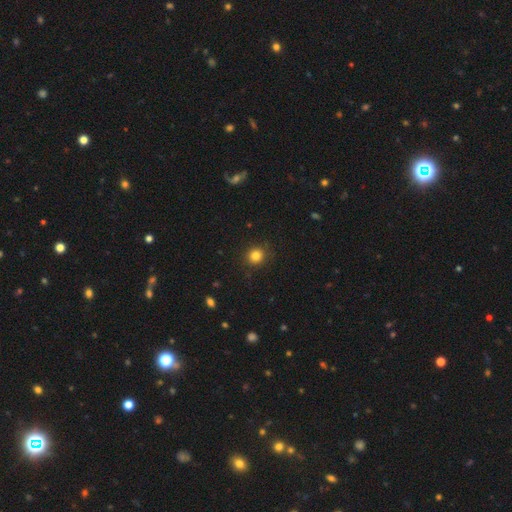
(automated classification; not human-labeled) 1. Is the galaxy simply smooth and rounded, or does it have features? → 83% smooth, 12% star or artifact, 5% featured or disk.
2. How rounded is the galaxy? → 89% round, 10% in between, 1% cigar-shaped.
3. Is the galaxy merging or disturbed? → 88% none, 8% minor disturbance, 3% major disturbance, 1% merger.